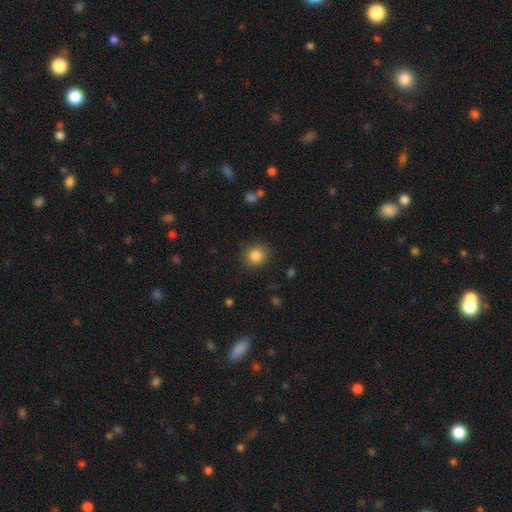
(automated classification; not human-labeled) Smooth or featured? smooth (85%)
How rounded? round (85%)
Merging? none (86%)